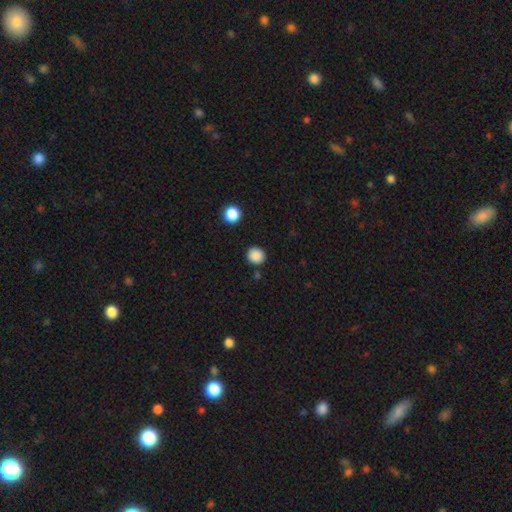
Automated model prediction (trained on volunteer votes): Smooth or featured?
  - smooth: 87% *
  - star or artifact: 10%
  - featured or disk: 3%
How rounded?
  - round: 90% *
  - in between: 9%
  - cigar-shaped: 1%
Merging?
  - none: 88% *
  - minor disturbance: 7%
  - merger: 3%
  - major disturbance: 2%